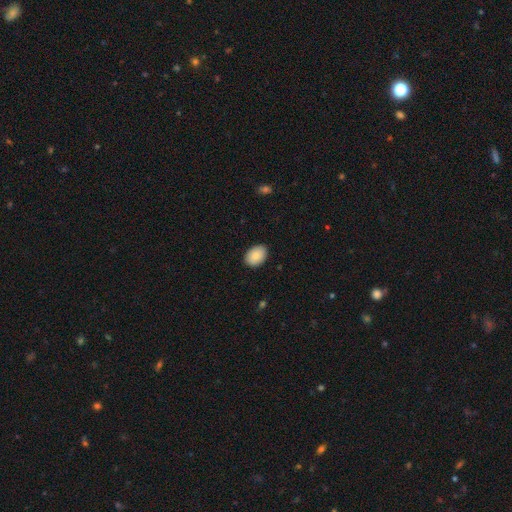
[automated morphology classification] type=smooth (87%); roundness=in between (81%); merging=none (88%).